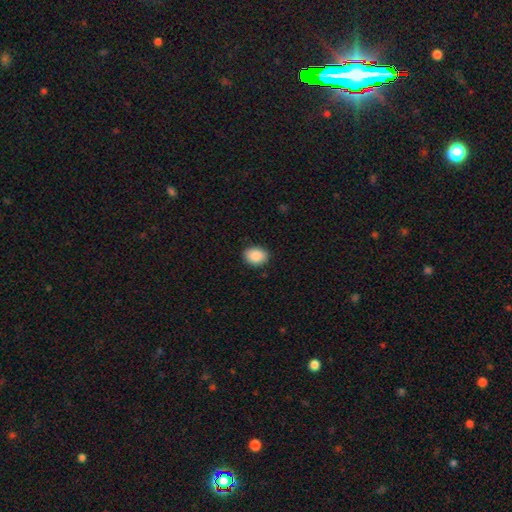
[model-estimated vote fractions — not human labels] Smooth or featured? smooth (89%)
How rounded? in between (58%)
Merging? none (88%)